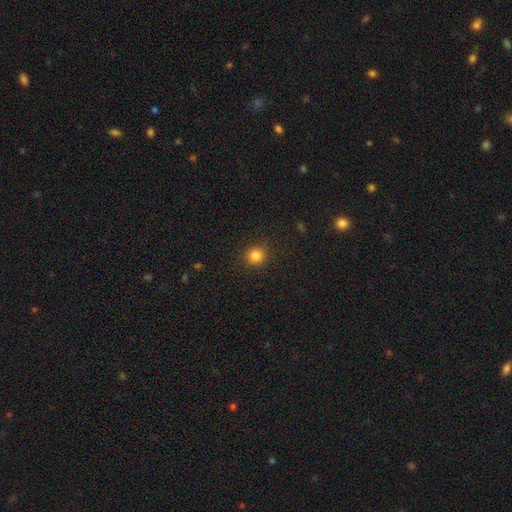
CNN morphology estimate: Smooth or featured?
  - smooth: 84% *
  - star or artifact: 12%
  - featured or disk: 4%
How rounded?
  - round: 93% *
  - in between: 6%
  - cigar-shaped: 1%
Merging?
  - none: 91% *
  - minor disturbance: 6%
  - major disturbance: 2%
  - merger: 1%